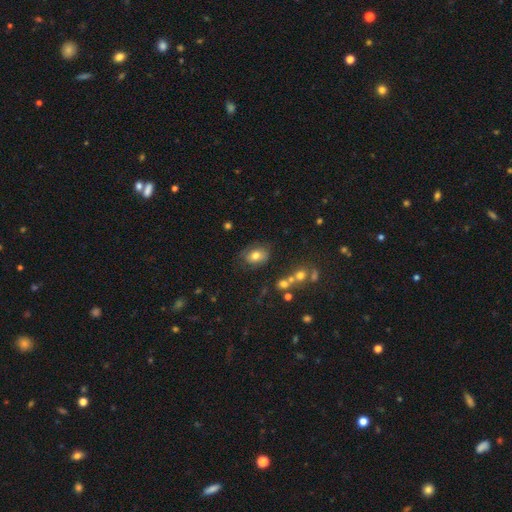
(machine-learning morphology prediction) Smooth or featured?
  - smooth: 73% *
  - featured or disk: 15%
  - star or artifact: 11%
How rounded?
  - in between: 68% *
  - round: 30%
  - cigar-shaped: 1%
Merging?
  - none: 72% *
  - minor disturbance: 19%
  - major disturbance: 6%
  - merger: 3%